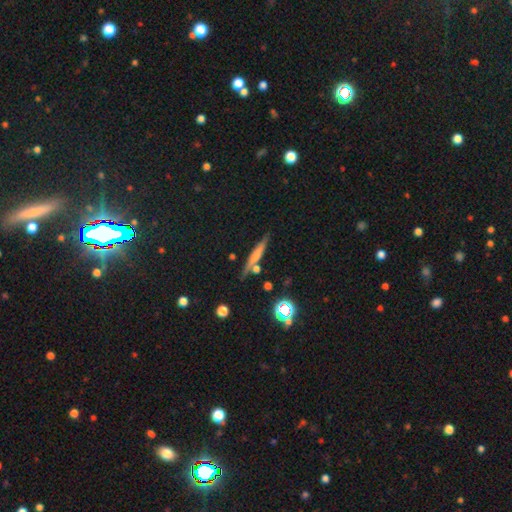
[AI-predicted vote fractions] The model was most divided on "smooth or featured": smooth: 49%, featured or disk: 39%, star or artifact: 12%. More confident: merging — none (74%).